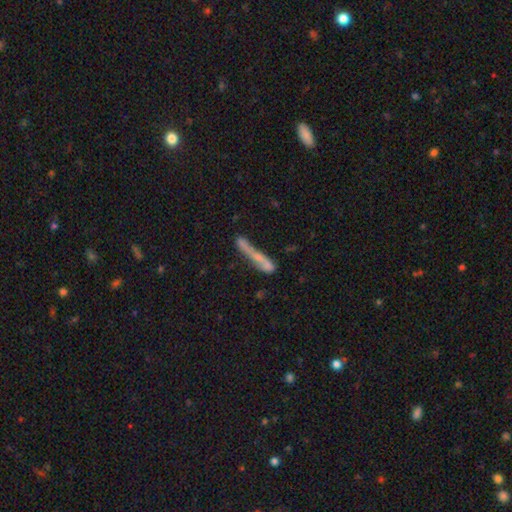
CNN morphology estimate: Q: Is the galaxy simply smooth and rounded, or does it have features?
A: featured or disk — 45%.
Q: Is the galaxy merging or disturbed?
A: none — 45%.